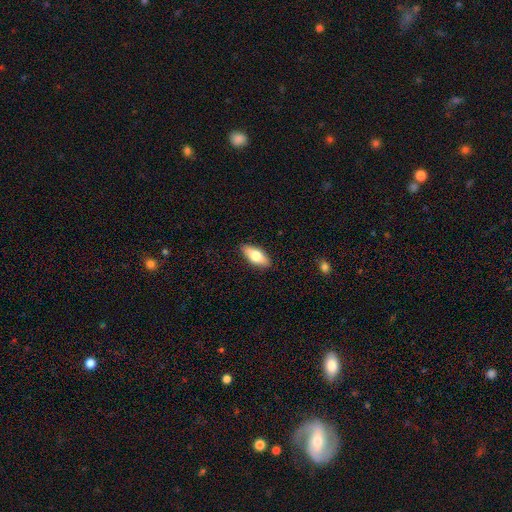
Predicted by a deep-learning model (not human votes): This appears to be a smooth galaxy with no disk features (69%) that is in between round and cigar-shaped (81%). Merging: none (89%).